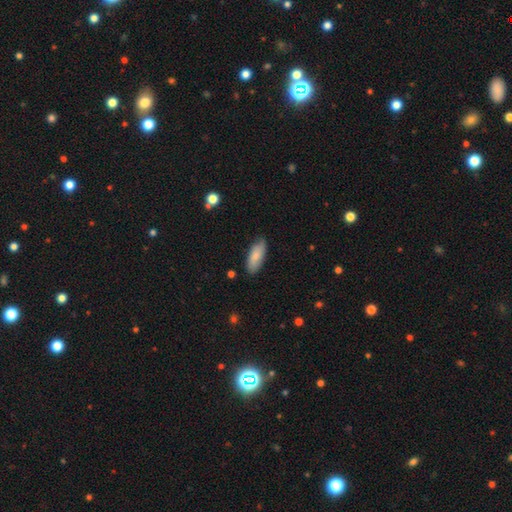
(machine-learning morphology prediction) This is likely a smooth galaxy (79%). How rounded: likely in between (78%). Merging: likely none (79%).